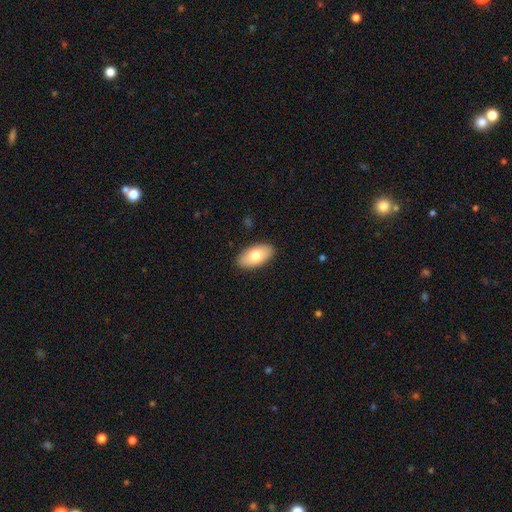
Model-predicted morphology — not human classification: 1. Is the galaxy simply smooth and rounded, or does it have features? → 76% smooth, 18% featured or disk, 6% star or artifact.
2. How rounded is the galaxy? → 94% in between, 3% cigar-shaped, 3% round.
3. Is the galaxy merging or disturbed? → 89% none, 8% minor disturbance, 2% major disturbance, 1% merger.